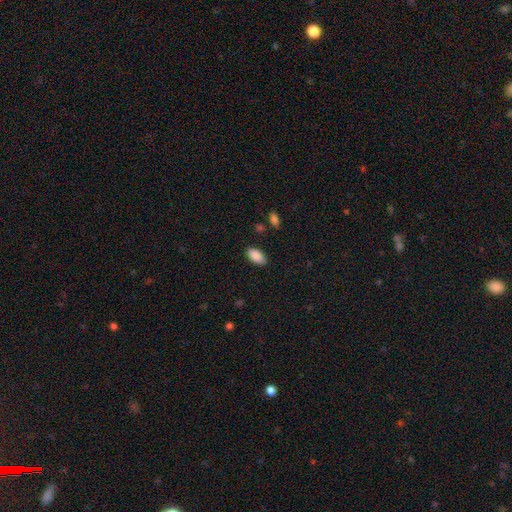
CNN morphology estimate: smooth-or-featured: smooth: 89% | star or artifact: 7% | featured or disk: 4%
  how-rounded: in between: 95% | round: 3% | cigar-shaped: 2%
  merging: none: 86% | minor disturbance: 10% | major disturbance: 2% | merger: 1%